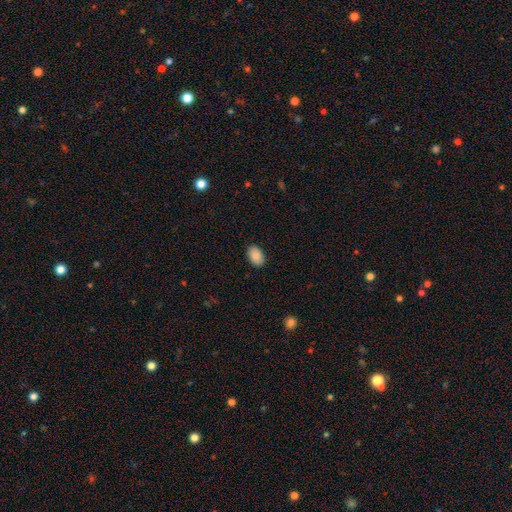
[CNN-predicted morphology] smooth 89%, star or artifact 7%, featured or disk 4%. Down the decision tree: how rounded — in between (89%); merging — none (88%).